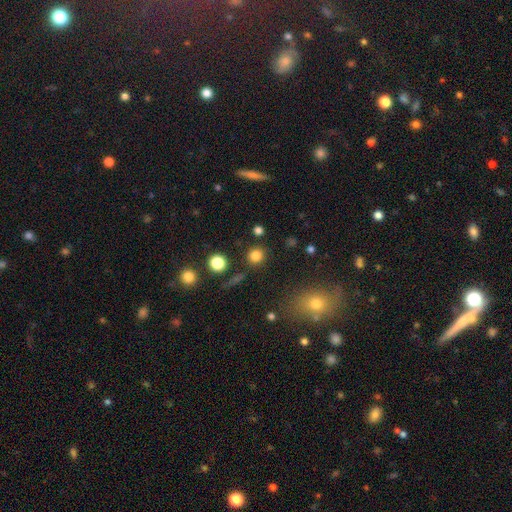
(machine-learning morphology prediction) The model was most divided on "smooth or featured": smooth: 82%, star or artifact: 13%, featured or disk: 5%. More confident: how rounded — round (91%); merging — none (86%).